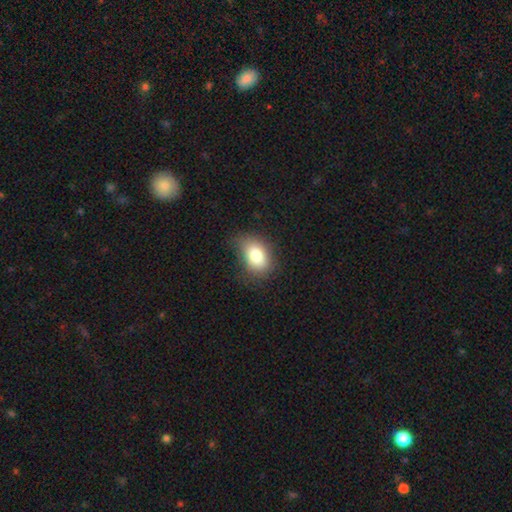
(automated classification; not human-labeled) smooth_or_featured: smooth (p=0.81) [alt: featured or disk p=0.10]
how_rounded: in between (p=0.80) [alt: round p=0.18]
merging: none (p=0.67) [alt: minor disturbance p=0.24]